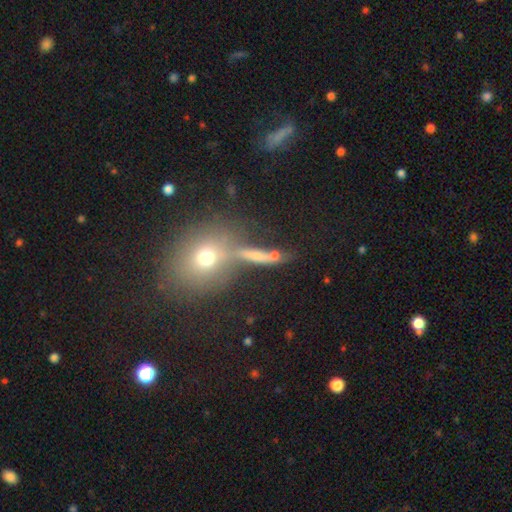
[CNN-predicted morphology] Smooth or featured? smooth (56%)
How rounded? cigar-shaped (48%)
Merging? none (52%)